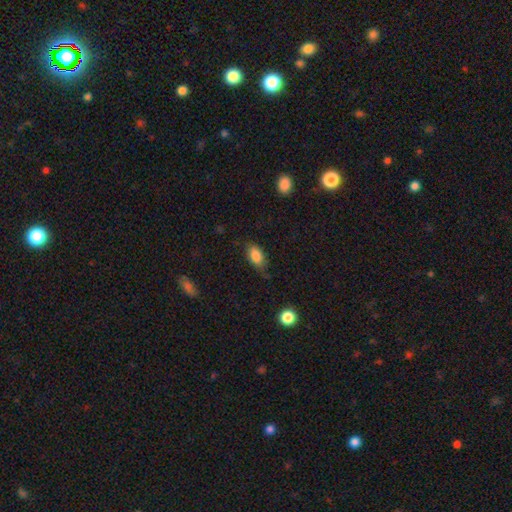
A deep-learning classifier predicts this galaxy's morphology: smooth_or_featured: smooth (p=0.83) [alt: featured or disk p=0.09]
how_rounded: in between (p=0.90) [alt: round p=0.05]
merging: none (p=0.68) [alt: minor disturbance p=0.24]